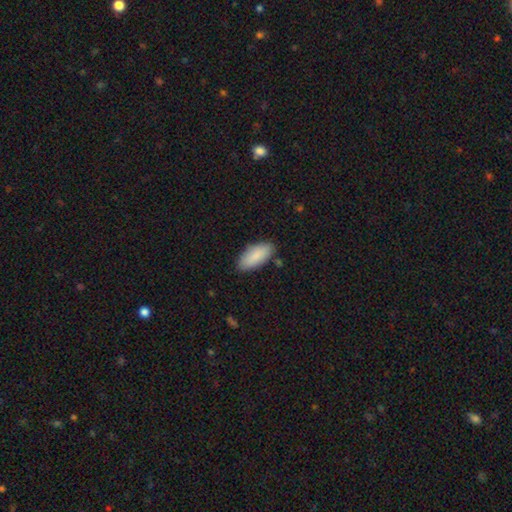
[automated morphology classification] smooth-or-featured: smooth: 87% | featured or disk: 7% | star or artifact: 6%
  how-rounded: in between: 85% | cigar-shaped: 13% | round: 2%
  merging: none: 84% | minor disturbance: 12% | major disturbance: 2% | merger: 2%